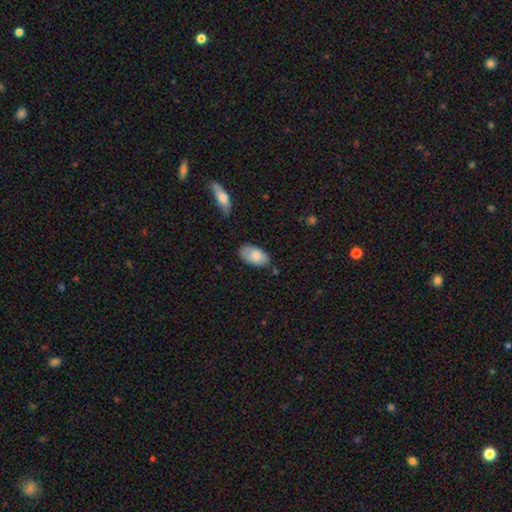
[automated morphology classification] smooth_or_featured: smooth (p=0.81) [alt: featured or disk p=0.13]
how_rounded: in between (p=0.95) [alt: round p=0.03]
merging: none (p=0.71) [alt: minor disturbance p=0.22]